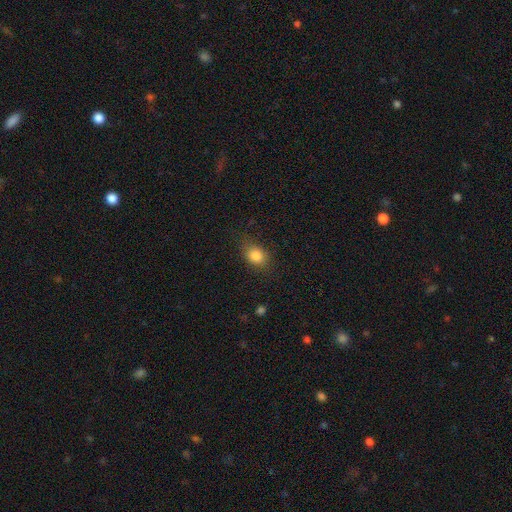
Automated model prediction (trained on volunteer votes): Smooth or featured? Predicted: smooth (p=0.83). How rounded? Predicted: in between (p=0.58). Merging? Predicted: none (p=0.77).